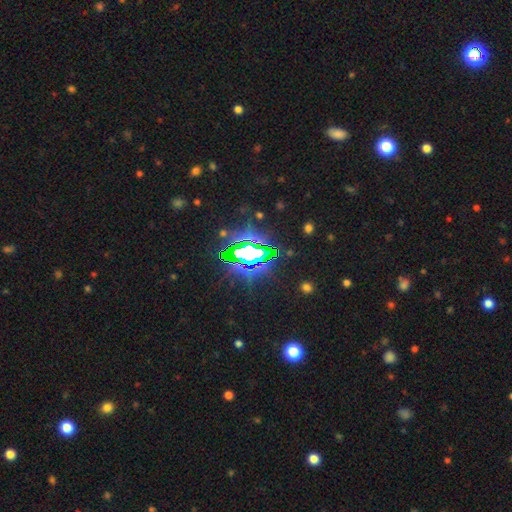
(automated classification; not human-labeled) smooth_or_featured: star or artifact (p=0.78) [alt: featured or disk p=0.12]